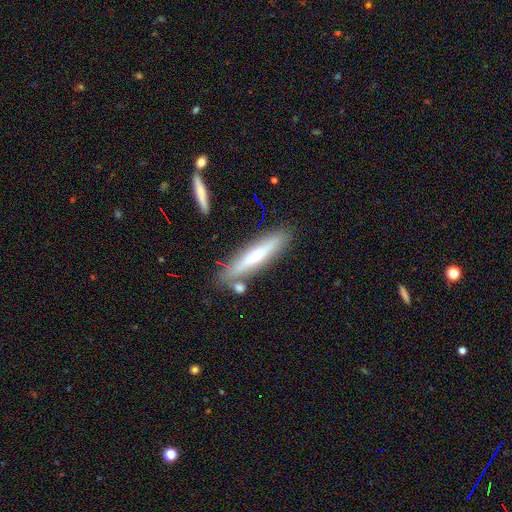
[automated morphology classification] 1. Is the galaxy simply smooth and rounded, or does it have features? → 59% featured or disk, 35% smooth, 7% star or artifact.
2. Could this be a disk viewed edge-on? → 86% yes, 14% no.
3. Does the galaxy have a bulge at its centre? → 84% rounded, 14% none, 2% boxy.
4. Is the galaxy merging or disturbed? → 83% none, 10% minor disturbance, 4% merger, 2% major disturbance.